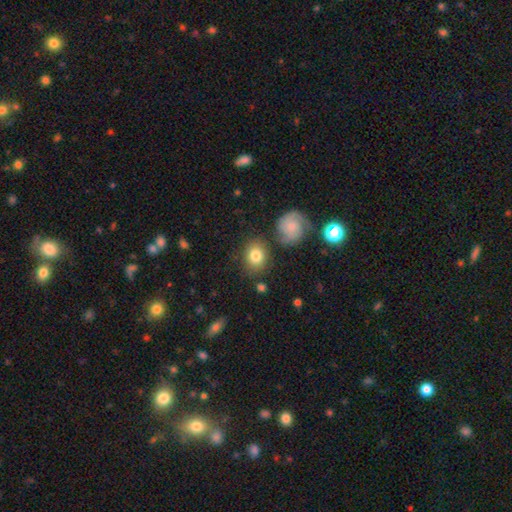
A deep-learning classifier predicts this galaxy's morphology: smooth_or_featured: smooth (p=0.80) [alt: featured or disk p=0.12]
how_rounded: round (p=0.56) [alt: in between p=0.43]
merging: none (p=0.77) [alt: minor disturbance p=0.13]